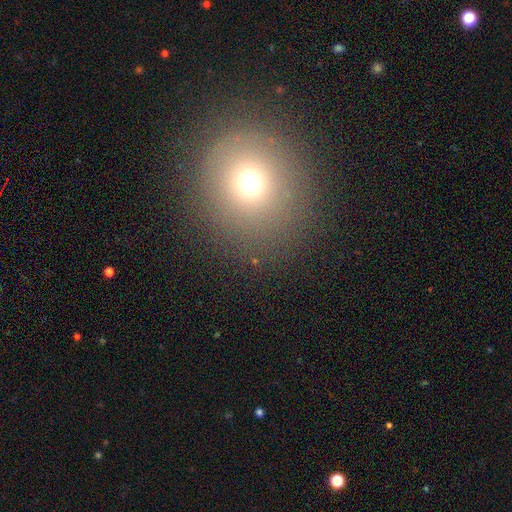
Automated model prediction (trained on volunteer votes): Smooth or featured? smooth (67%)
How rounded? round (88%)
Merging? none (86%)